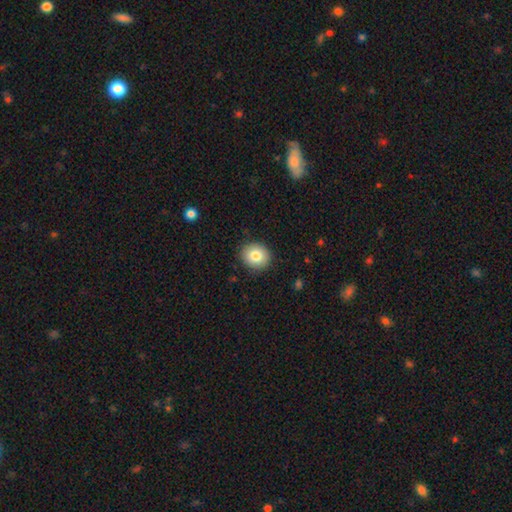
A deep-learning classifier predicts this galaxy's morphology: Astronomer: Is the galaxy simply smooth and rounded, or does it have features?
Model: smooth — 82%.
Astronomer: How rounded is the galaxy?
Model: round — 78%.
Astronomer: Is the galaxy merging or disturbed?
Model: none — 90%.